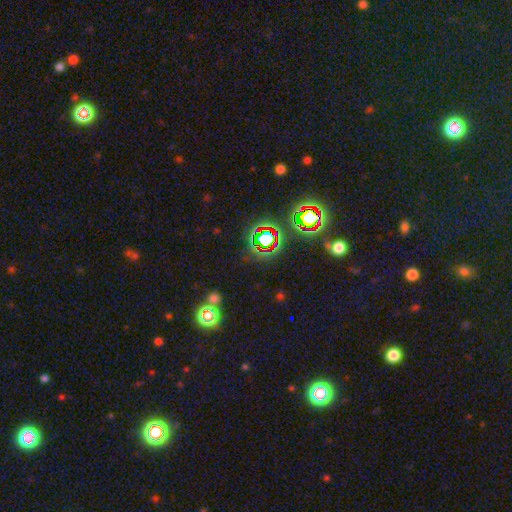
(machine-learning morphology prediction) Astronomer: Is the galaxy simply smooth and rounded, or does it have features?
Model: star or artifact — 74%.